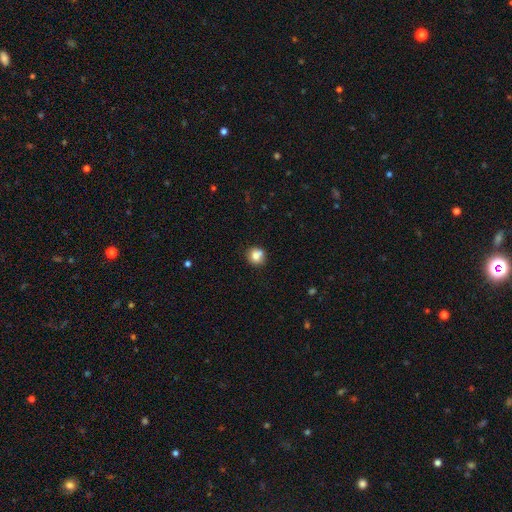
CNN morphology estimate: Smooth or featured? Predicted: smooth (p=0.77). How rounded? Predicted: round (p=0.84). Merging? Predicted: none (p=0.64).